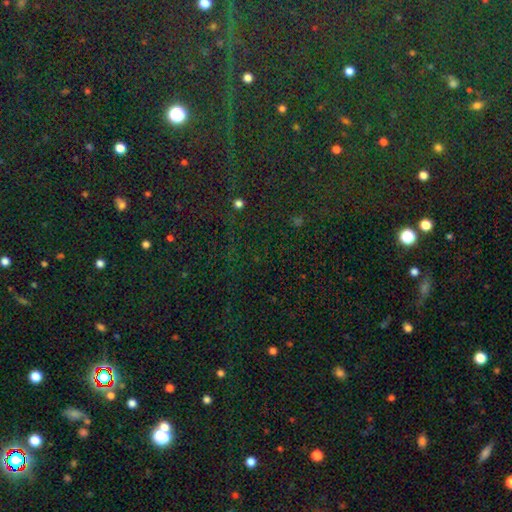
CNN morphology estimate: A star or artifact, not a galaxy (79%).